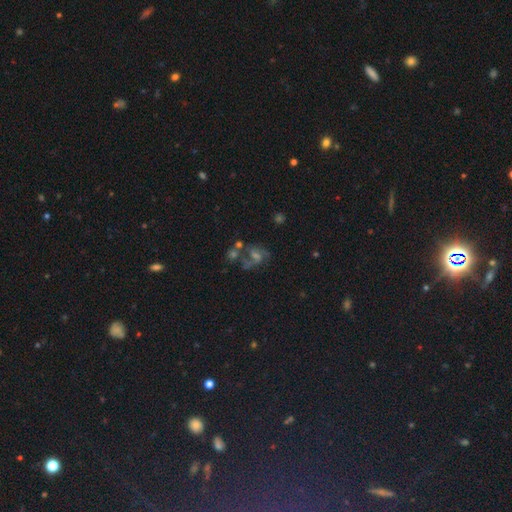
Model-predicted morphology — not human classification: featured or disk 50%, star or artifact 29%, smooth 21%. Down the decision tree: merging — none (42%).